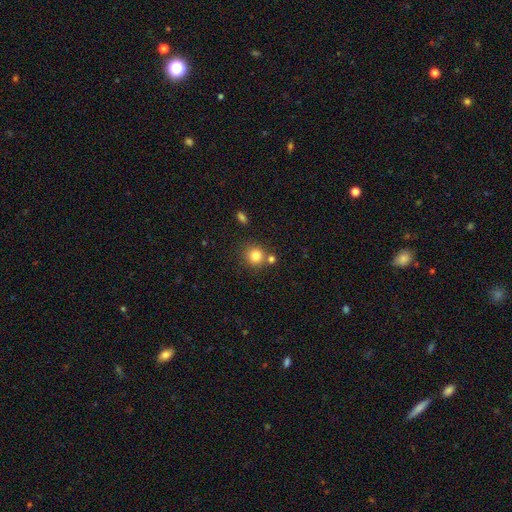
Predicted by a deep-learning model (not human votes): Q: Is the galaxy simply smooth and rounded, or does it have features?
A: smooth — 82%.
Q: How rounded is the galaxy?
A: round — 89%.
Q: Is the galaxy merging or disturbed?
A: none — 70%.